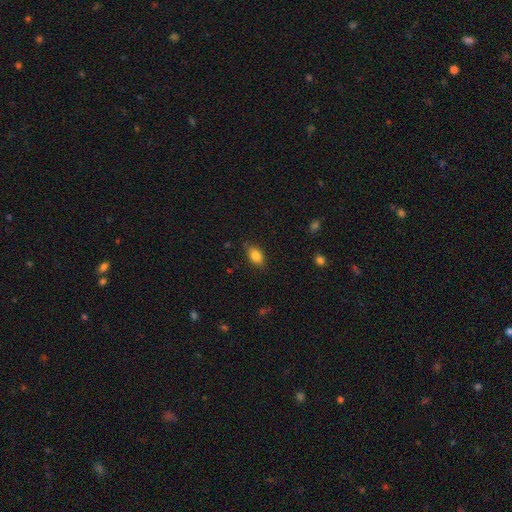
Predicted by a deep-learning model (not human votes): smooth-or-featured: smooth: 84% | star or artifact: 8% | featured or disk: 8%
  how-rounded: in between: 87% | round: 10% | cigar-shaped: 3%
  merging: none: 82% | minor disturbance: 14% | major disturbance: 3% | merger: 1%